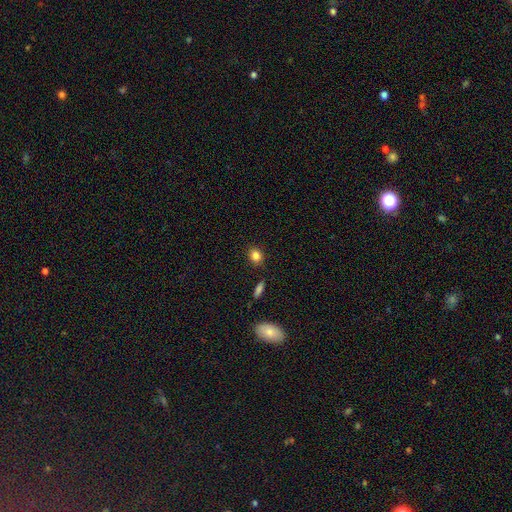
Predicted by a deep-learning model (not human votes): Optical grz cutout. It shows a smooth galaxy with no disk features (84%) that is round (55%). Merging: none (86%).